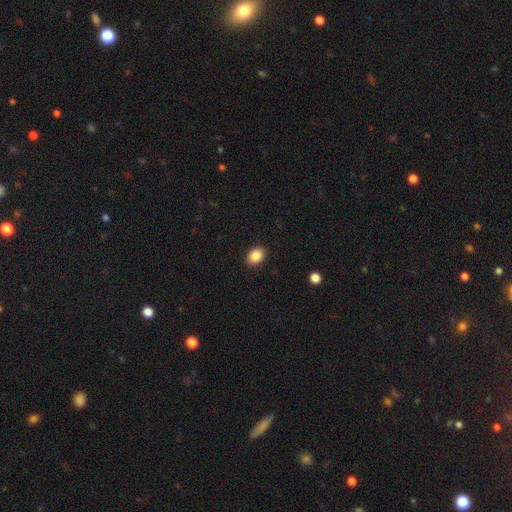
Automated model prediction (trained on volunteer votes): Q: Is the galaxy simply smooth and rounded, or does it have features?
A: smooth — 87%.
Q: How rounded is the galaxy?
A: in between — 65%.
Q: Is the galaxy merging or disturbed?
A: none — 90%.